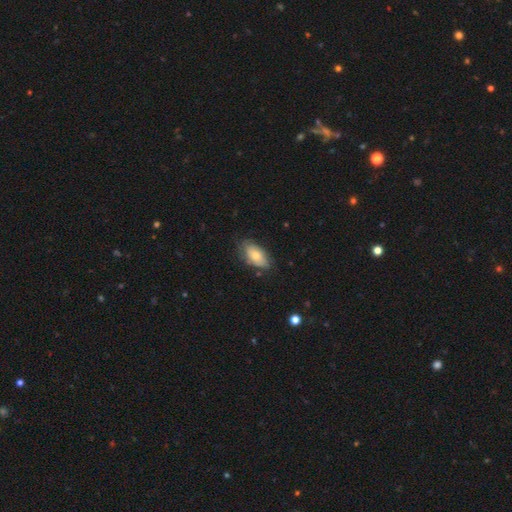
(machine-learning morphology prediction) Overall: smooth (70%). How rounded: in between (92%). Merging: none (67%).